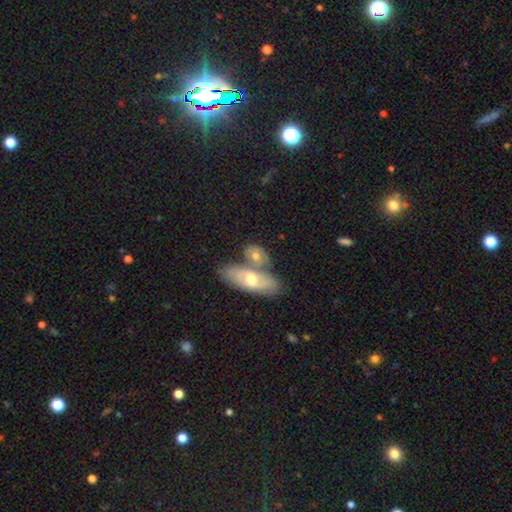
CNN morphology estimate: A smooth galaxy with no disk features (54%) that is in between round and cigar-shaped (74%). Merging: none (44%).